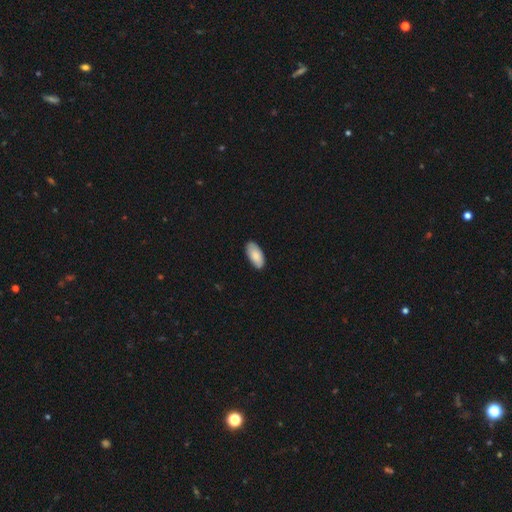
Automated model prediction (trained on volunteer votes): smooth 86%, featured or disk 9%, star or artifact 6%. Down the decision tree: how rounded — in between (94%); merging — none (84%).